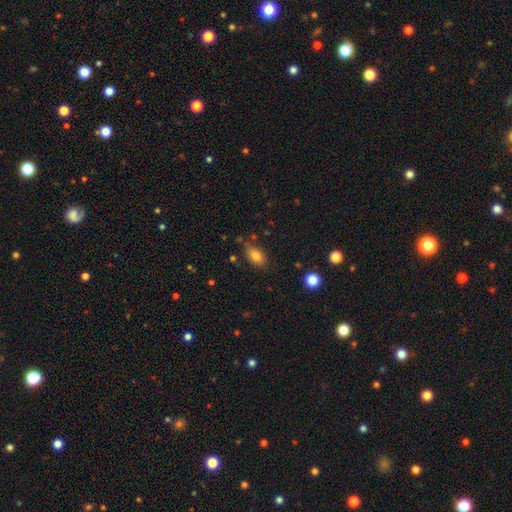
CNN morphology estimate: Smooth or featured?
  - smooth: 82% *
  - star or artifact: 10%
  - featured or disk: 8%
How rounded?
  - in between: 87% *
  - round: 11%
  - cigar-shaped: 2%
Merging?
  - none: 75% *
  - minor disturbance: 16%
  - merger: 4%
  - major disturbance: 4%